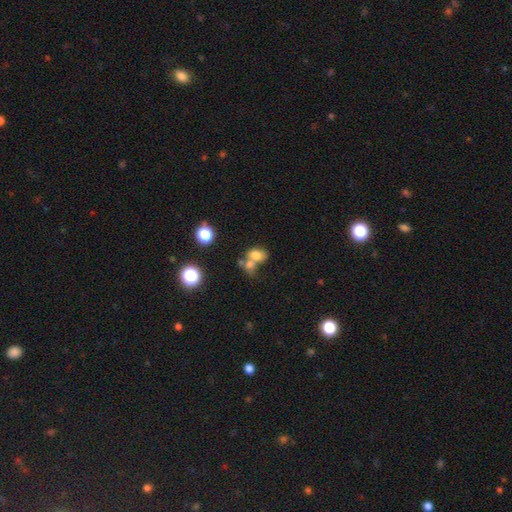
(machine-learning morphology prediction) The model was most divided on "merging": merger: 57%, none: 28%, minor disturbance: 9%, major disturbance: 6%. More confident: smooth or featured — smooth (71%); how rounded — in between (70%).